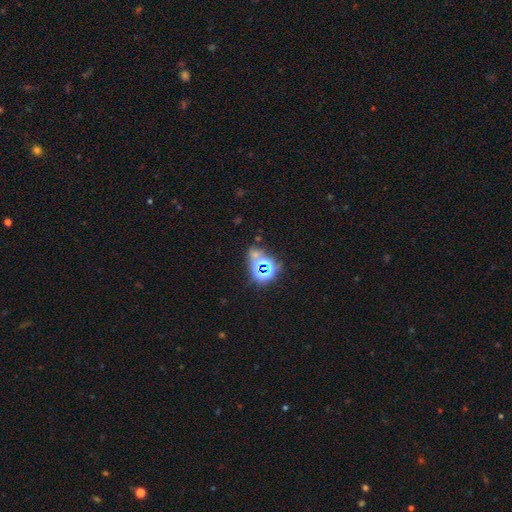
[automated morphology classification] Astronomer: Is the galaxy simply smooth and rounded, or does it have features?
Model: star or artifact — 70%.